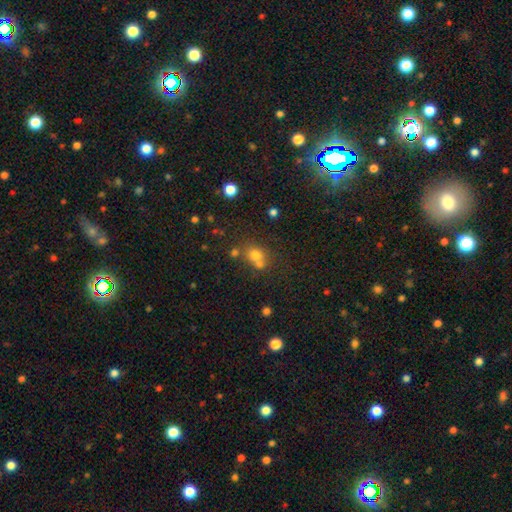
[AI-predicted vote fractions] This is likely a smooth galaxy (72%). How rounded: likely round (73%). Merging: possibly none (53%).